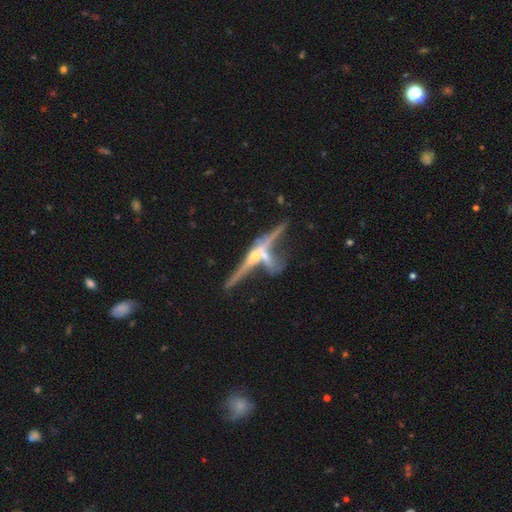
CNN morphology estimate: This appears to be a featured or disk galaxy (76%) viewed edge-on (88%) with a rounded central bulge (75%). Merging: merger (40%).